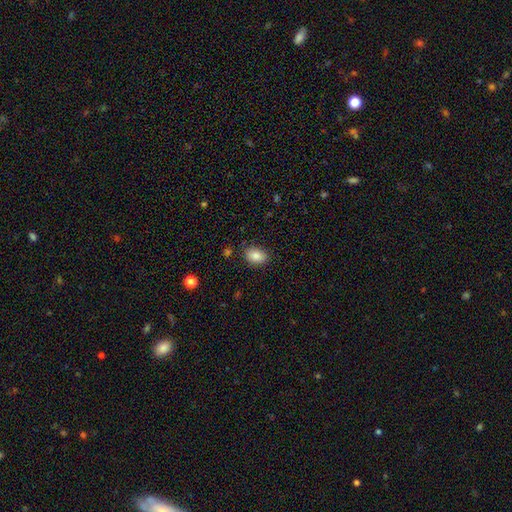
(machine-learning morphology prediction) The model was most divided on "how rounded": in between: 85%, round: 14%, cigar-shaped: 1%. More confident: smooth or featured — smooth (85%); merging — none (85%).